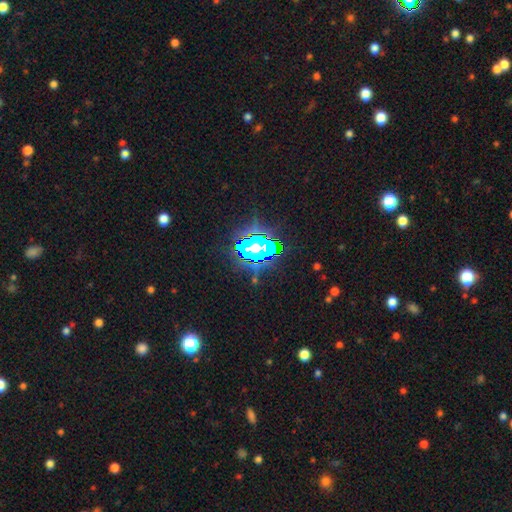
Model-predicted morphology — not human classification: Smooth or featured: star or artifact — 81% (smooth — 10%)